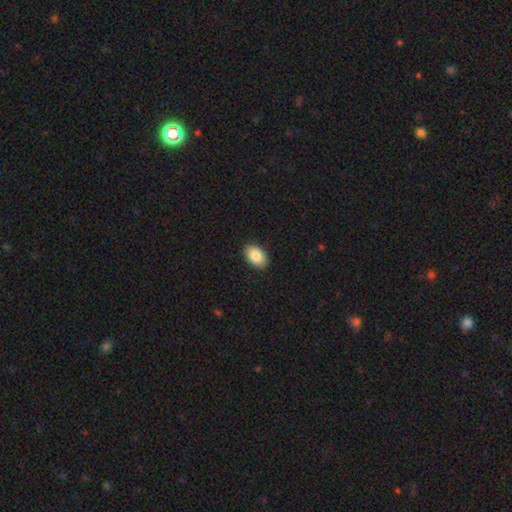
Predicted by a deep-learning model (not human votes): Smooth or featured: smooth — 87% (star or artifact — 7%)
How rounded: in between — 89% (round — 10%)
Merging: none — 90% (minor disturbance — 7%)